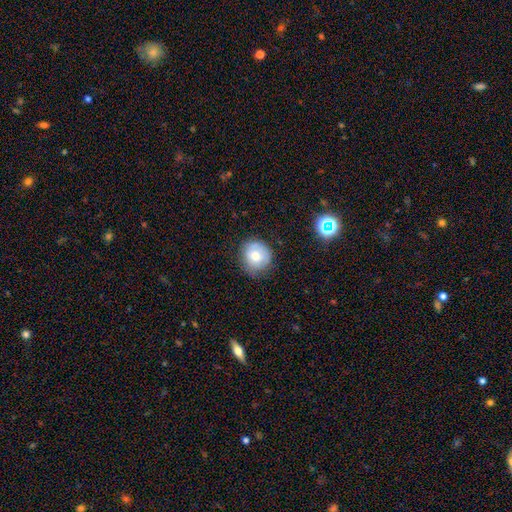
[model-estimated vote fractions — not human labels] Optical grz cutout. It shows a smooth galaxy with no disk features (72%) that is round (82%). Merging: none (71%).